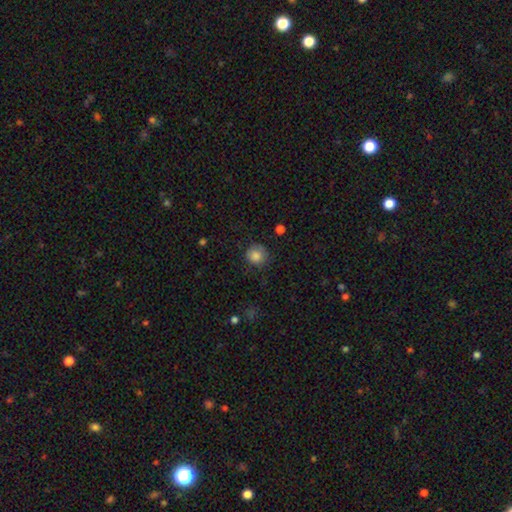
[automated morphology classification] smooth 85%, star or artifact 9%, featured or disk 6%. Down the decision tree: how rounded — round (88%); merging — none (73%).